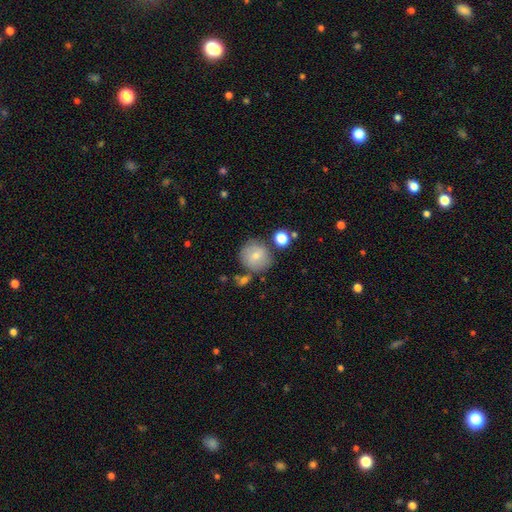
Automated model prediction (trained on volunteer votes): Q: Smooth or featured?
A: smooth (69%); runner-up: featured or disk (22%)
Q: How rounded?
A: round (90%); runner-up: in between (9%)
Q: Merging?
A: none (70%); runner-up: minor disturbance (15%)